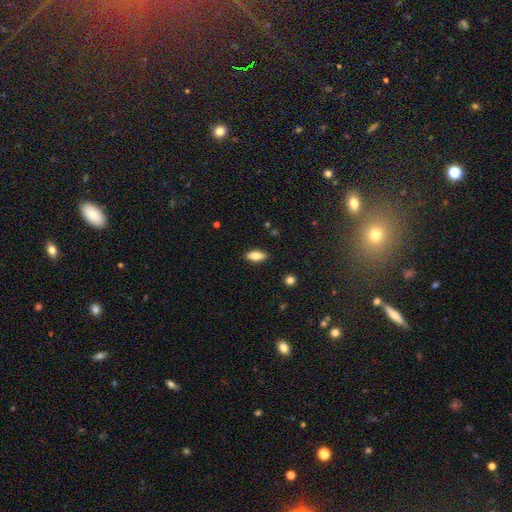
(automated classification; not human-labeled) Overall: smooth (83%). How rounded: in between (81%). Merging: none (88%).